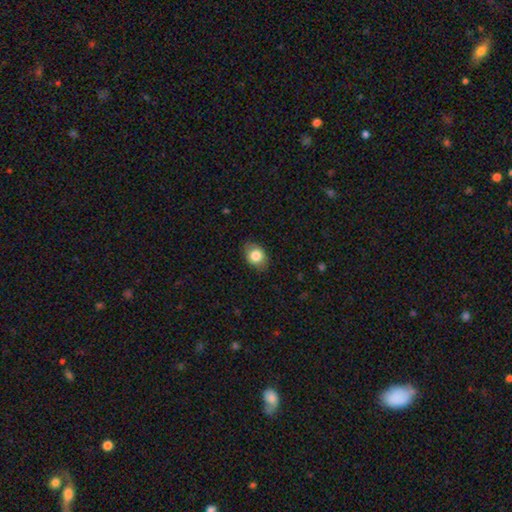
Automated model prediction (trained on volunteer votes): Smooth or featured: smooth — 82% (featured or disk — 10%)
How rounded: in between — 61% (round — 38%)
Merging: none — 82% (minor disturbance — 14%)